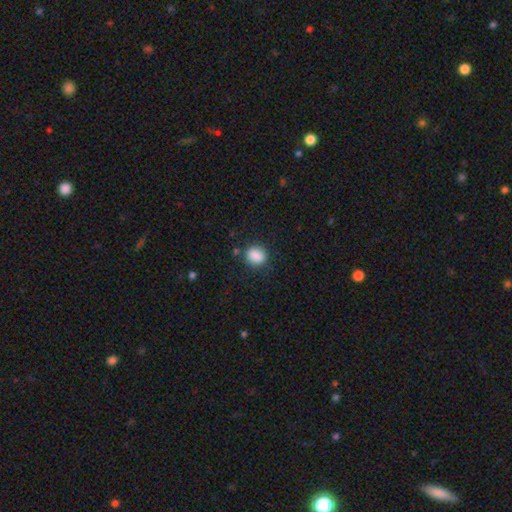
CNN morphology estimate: A smooth galaxy with no disk features (88%) that is round (54%). Merging: none (81%).